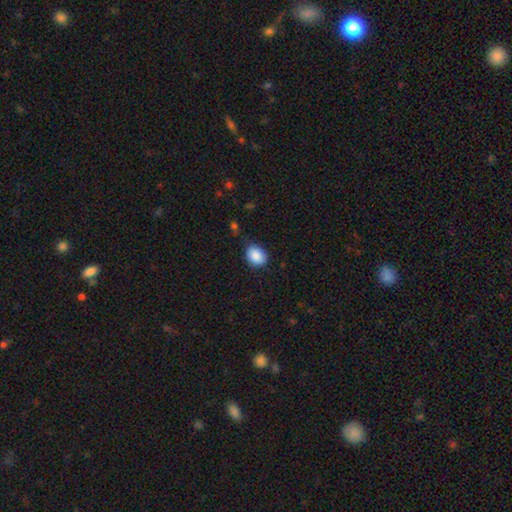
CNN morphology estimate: A smooth galaxy with no disk features (87%) that is in between round and cigar-shaped (63%).

Vote fractions:
- Smooth or featured? smooth: 87% / star or artifact: 8% / featured or disk: 5%
- How rounded? in between: 63% / round: 36% / cigar-shaped: 1%
- Merging? none: 76% / minor disturbance: 19% / major disturbance: 3% / merger: 2%